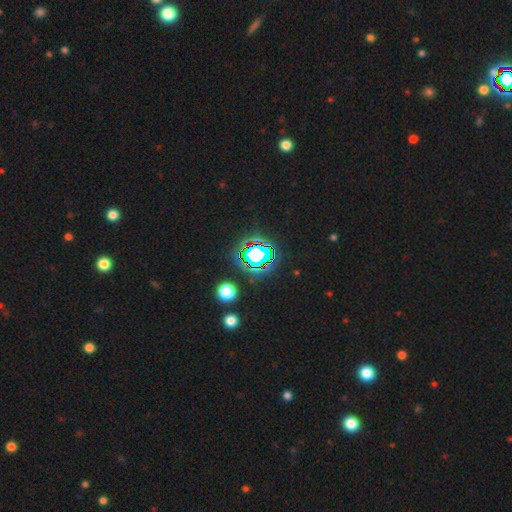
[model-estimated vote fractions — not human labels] This is likely a star or artifact rather than a galaxy (68%).